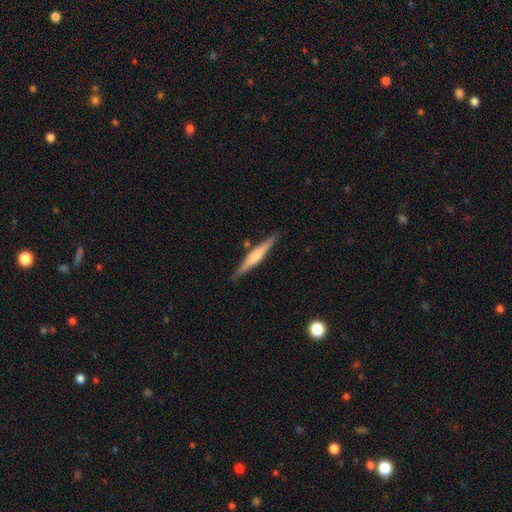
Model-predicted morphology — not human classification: type=featured or disk (58%); edge-on=yes (97%); edge-on bulge=rounded (57%); merging=none (86%).